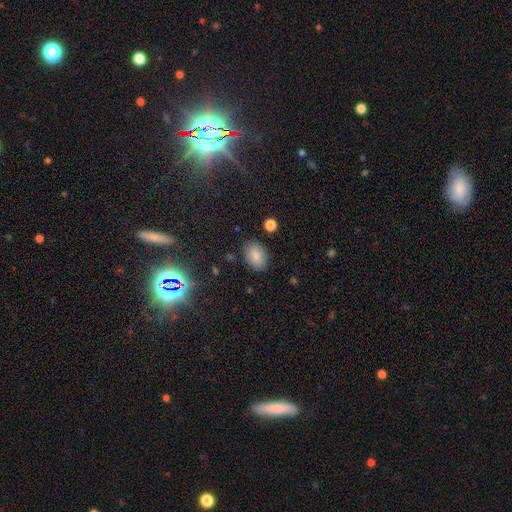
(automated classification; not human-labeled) The model was most divided on "how rounded": in between: 82%, round: 17%, cigar-shaped: 1%. More confident: merging — none (85%); smooth or featured — smooth (83%).